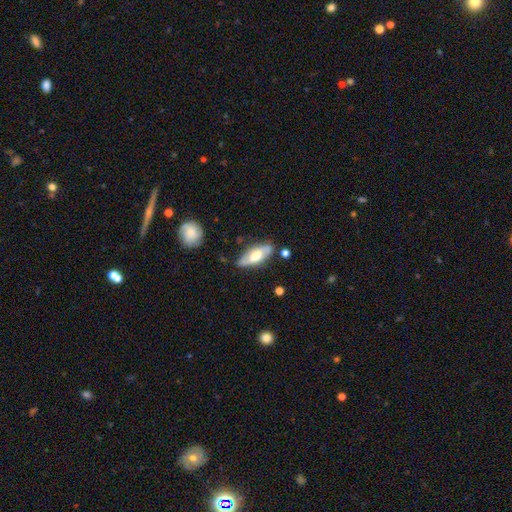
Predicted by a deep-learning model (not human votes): Smooth or featured? featured or disk (50%)
Edge-on disk? no (64%)
Merging? none (76%)